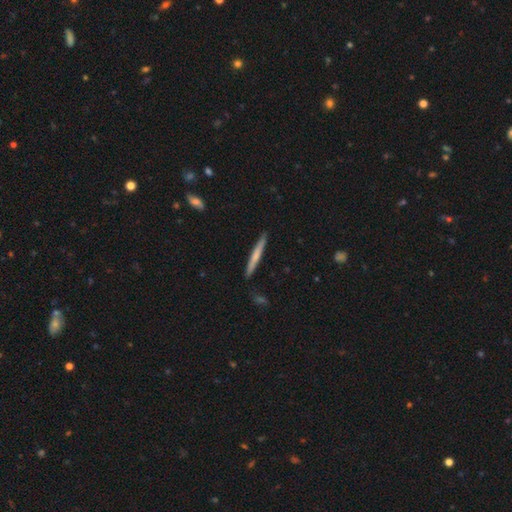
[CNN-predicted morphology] smooth 59%, featured or disk 35%, star or artifact 5%. Down the decision tree: how rounded — cigar-shaped (96%); merging — none (90%).